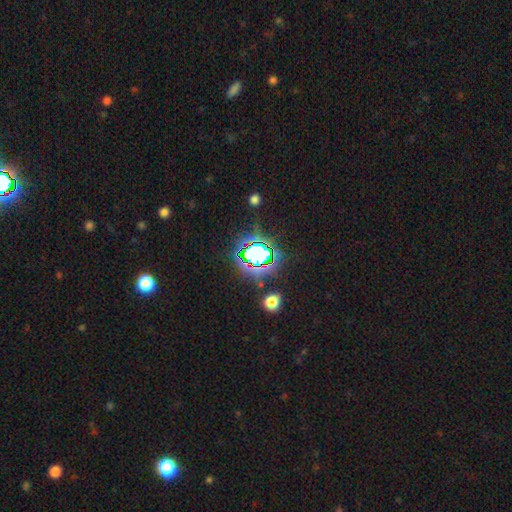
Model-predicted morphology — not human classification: Overall: star or artifact (70%).